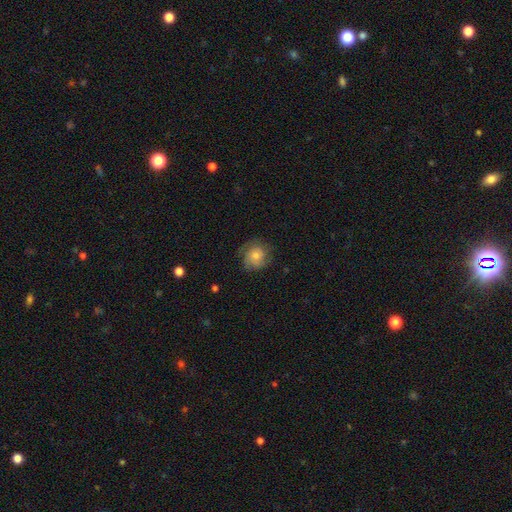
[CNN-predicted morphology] smooth-or-featured: smooth: 60% | featured or disk: 32% | star or artifact: 8%
  how-rounded: round: 82% | in between: 17% | cigar-shaped: 1%
  merging: none: 67% | minor disturbance: 22% | major disturbance: 10% | merger: 1%